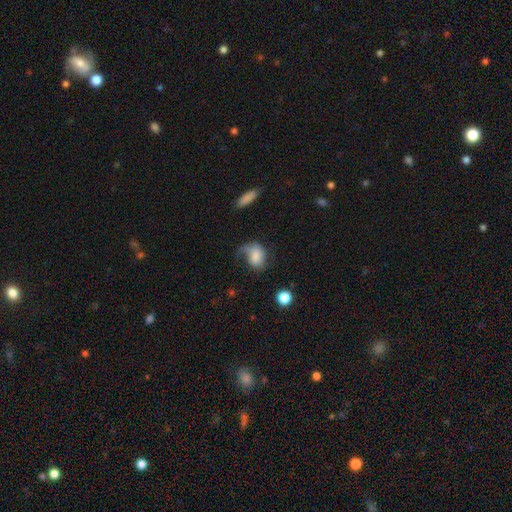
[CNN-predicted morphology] Overall: smooth (58%; featured or disk 34%). How rounded: in between (65%; round 33%). Merging: major disturbance (41%; none 30%).